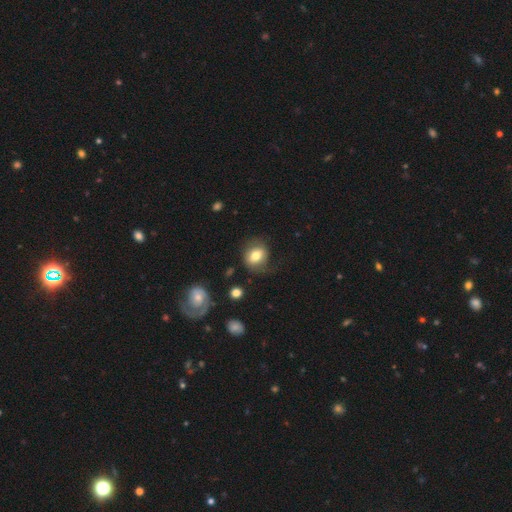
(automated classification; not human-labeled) Smooth or featured? smooth (68%)
How rounded? round (58%)
Merging? none (61%)